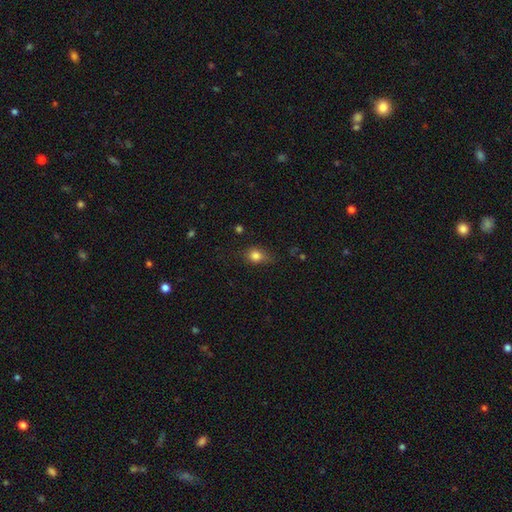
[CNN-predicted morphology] A smooth galaxy with no disk features (81%) that is round (54%). Merging: none (61%).